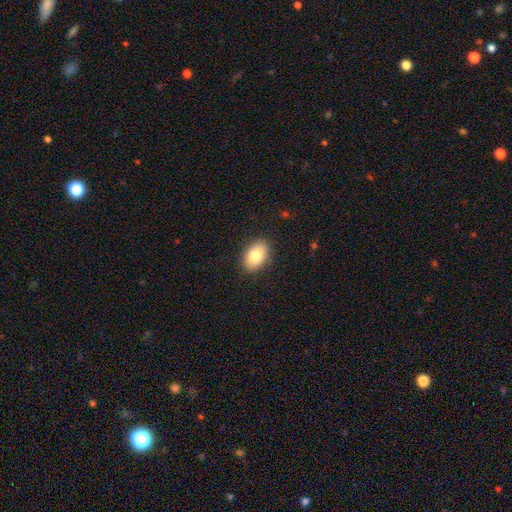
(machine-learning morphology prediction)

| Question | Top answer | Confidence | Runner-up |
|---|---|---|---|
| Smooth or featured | smooth | 80% | featured or disk (12%) |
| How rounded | in between | 87% | round (11%) |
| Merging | none | 88% | minor disturbance (9%) |